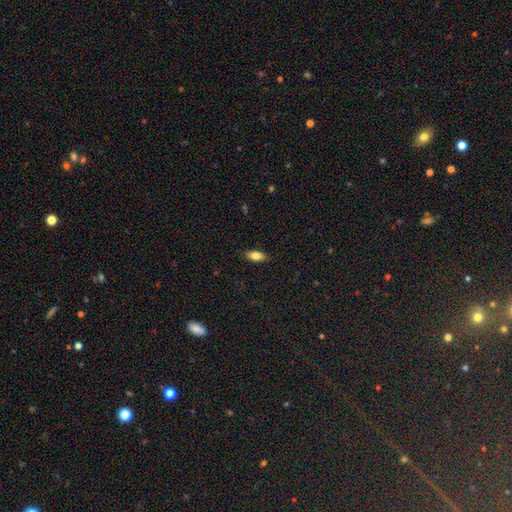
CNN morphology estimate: smooth-or-featured: smooth: 78% | featured or disk: 15% | star or artifact: 8%
  how-rounded: in between: 84% | cigar-shaped: 13% | round: 3%
  merging: none: 87% | minor disturbance: 10% | major disturbance: 2% | merger: 1%